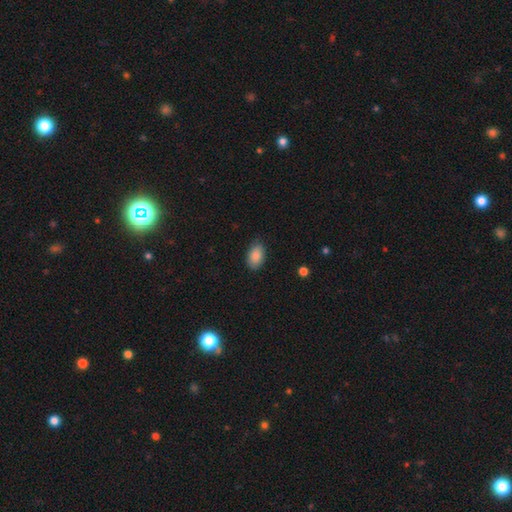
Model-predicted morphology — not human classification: smooth 88%, star or artifact 7%, featured or disk 5%. Down the decision tree: how rounded — in between (91%); merging — none (80%).